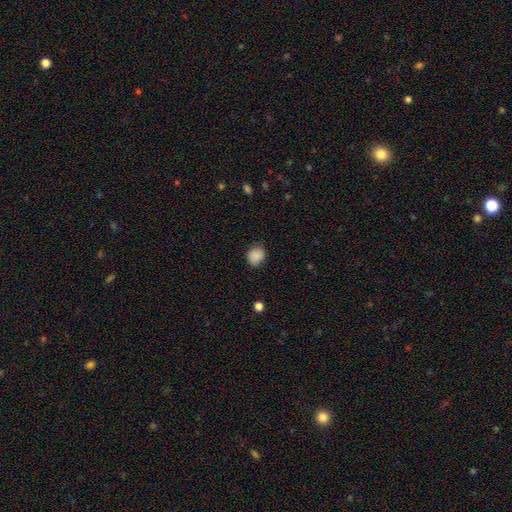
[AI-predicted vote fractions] The model was most divided on "how rounded": round: 64%, in between: 35%, cigar-shaped: 1%. More confident: smooth or featured — smooth (87%); merging — none (80%).